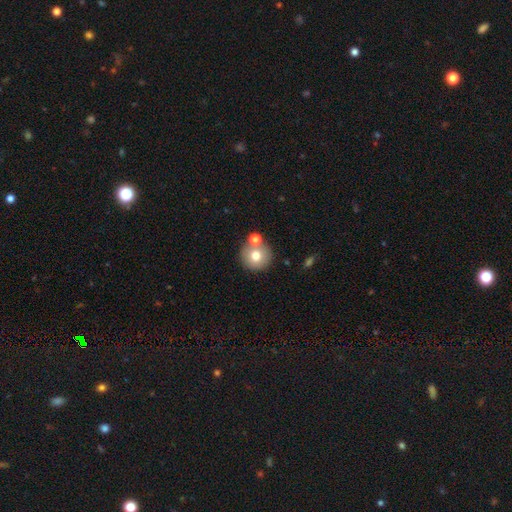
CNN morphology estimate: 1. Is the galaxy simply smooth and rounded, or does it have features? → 74% smooth, 16% featured or disk, 10% star or artifact.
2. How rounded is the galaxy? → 94% round, 5% in between, 1% cigar-shaped.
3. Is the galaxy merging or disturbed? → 70% none, 19% merger, 9% minor disturbance, 3% major disturbance.